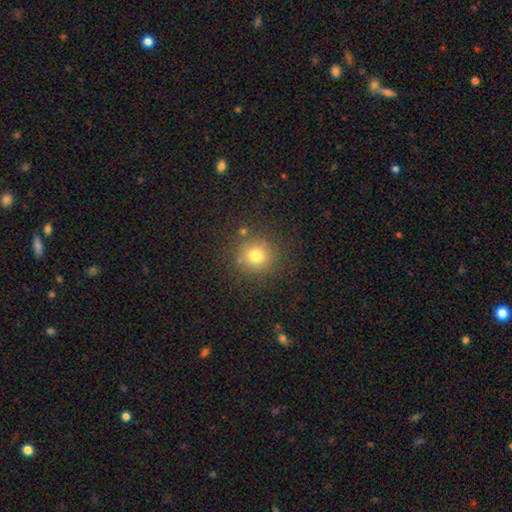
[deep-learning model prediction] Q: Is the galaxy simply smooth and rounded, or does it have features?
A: smooth — 75%.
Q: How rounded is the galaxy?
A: round — 92%.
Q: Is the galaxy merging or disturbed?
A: none — 84%.